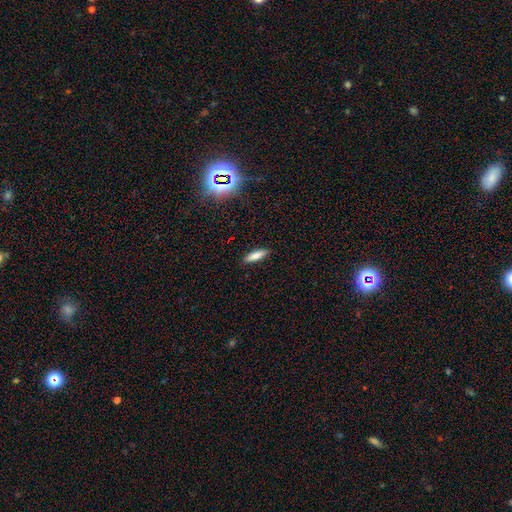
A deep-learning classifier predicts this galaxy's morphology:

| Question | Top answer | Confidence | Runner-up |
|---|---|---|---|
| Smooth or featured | smooth | 78% | featured or disk (13%) |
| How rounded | cigar-shaped | 61% | in between (37%) |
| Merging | none | 89% | minor disturbance (8%) |